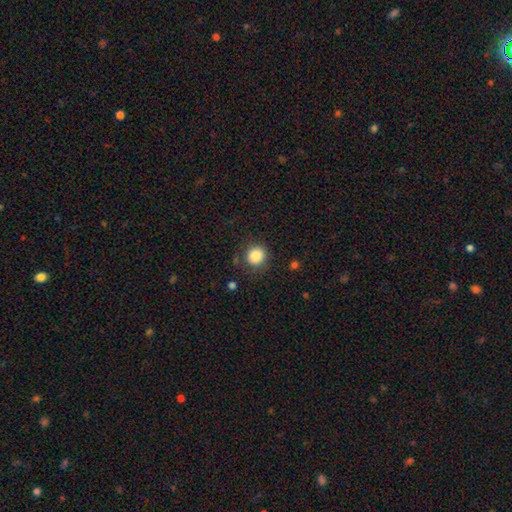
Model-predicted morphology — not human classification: Q: Smooth or featured?
A: smooth (86%); runner-up: star or artifact (10%)
Q: How rounded?
A: round (87%); runner-up: in between (12%)
Q: Merging?
A: none (81%); runner-up: minor disturbance (12%)